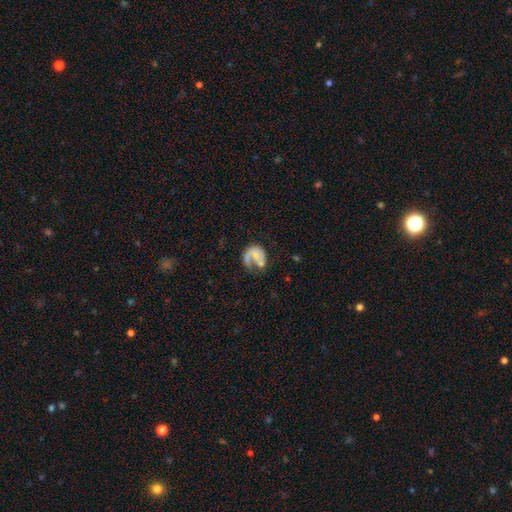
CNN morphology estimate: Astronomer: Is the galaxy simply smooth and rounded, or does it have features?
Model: featured or disk — 62%.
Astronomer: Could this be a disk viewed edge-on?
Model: no — 98%.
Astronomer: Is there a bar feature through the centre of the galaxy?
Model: no — 69%.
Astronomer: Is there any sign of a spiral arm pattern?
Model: yes — 76%.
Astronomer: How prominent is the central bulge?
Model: none — 43% (runner-up: small, 36%).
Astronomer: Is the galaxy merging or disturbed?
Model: major disturbance — 42% (runner-up: none, 31%).